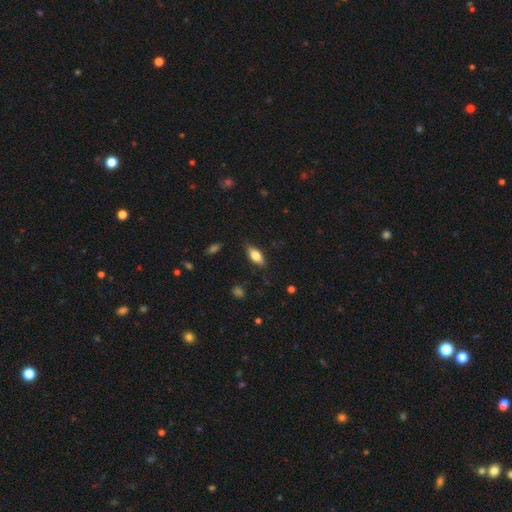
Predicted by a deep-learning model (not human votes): smooth 73%, featured or disk 20%, star or artifact 7%. Down the decision tree: how rounded — in between (80%); merging — none (81%).